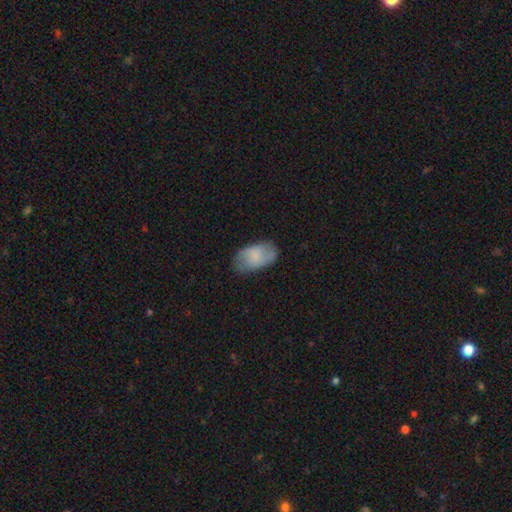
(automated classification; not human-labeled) This appears to be a smooth galaxy with no disk features (67%) that is in between round and cigar-shaped (93%). Merging: none (72%).